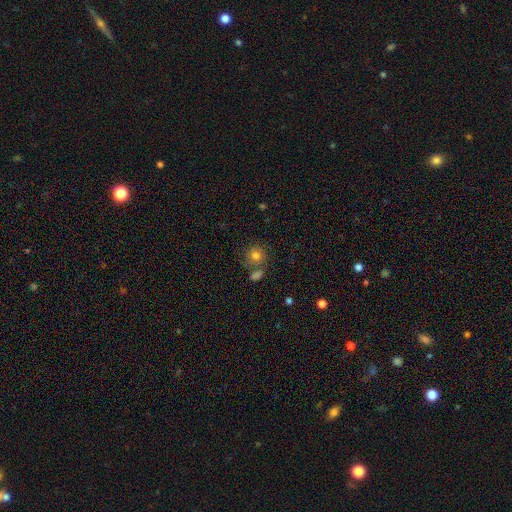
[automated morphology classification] smooth-or-featured: smooth: 74% | featured or disk: 15% | star or artifact: 11%
  how-rounded: round: 79% | in between: 19% | cigar-shaped: 1%
  merging: none: 59% | merger: 20% | minor disturbance: 15% | major disturbance: 7%